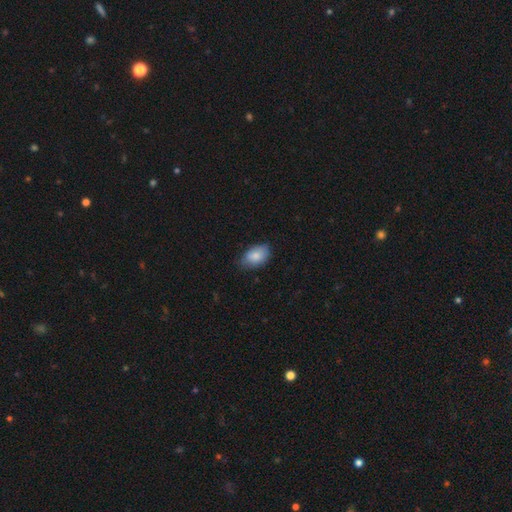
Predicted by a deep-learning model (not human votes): A smooth galaxy with no disk features (84%) that is in between round and cigar-shaped (88%).

Vote fractions:
- Smooth or featured? smooth: 84% / featured or disk: 9% / star or artifact: 7%
- How rounded? in between: 88% / round: 10% / cigar-shaped: 1%
- Merging? none: 69% / minor disturbance: 26% / major disturbance: 4% / merger: 1%